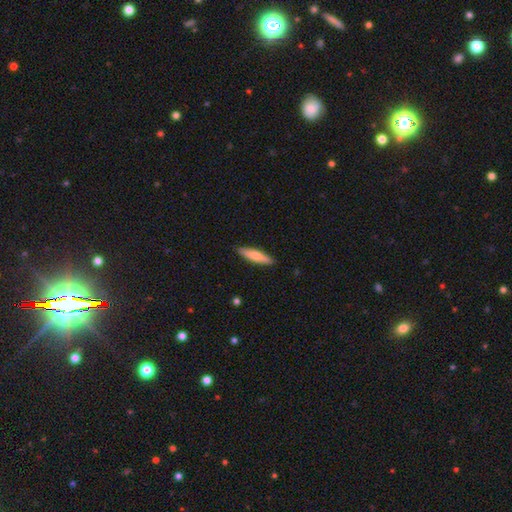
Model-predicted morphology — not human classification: A smooth galaxy with no disk features (71%) that is cigar-shaped (79%).

Vote fractions:
- Smooth or featured? smooth: 71% / featured or disk: 24% / star or artifact: 5%
- How rounded? cigar-shaped: 79% / in between: 20% / round: 1%
- Merging? none: 88% / minor disturbance: 9% / major disturbance: 2% / merger: 1%